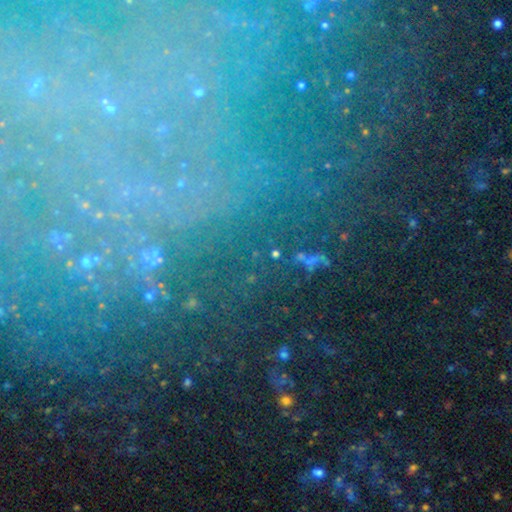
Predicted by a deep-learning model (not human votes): The model was most divided on "smooth or featured": star or artifact: 57%, featured or disk: 28%, smooth: 15%.